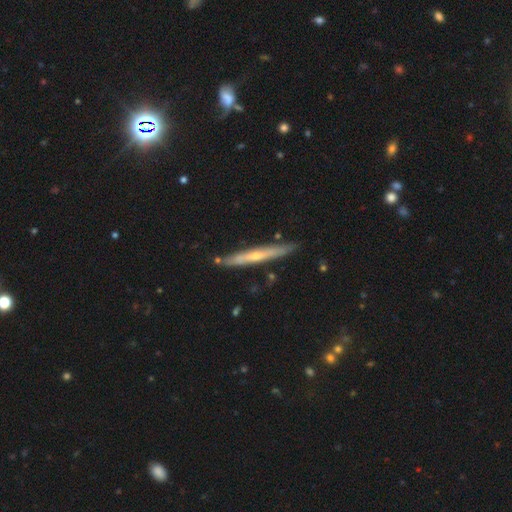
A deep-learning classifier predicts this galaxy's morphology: Smooth or featured? featured or disk (61%)
Edge-on disk? yes (92%)
Edge-on bulge? rounded (60%)
Merging? none (85%)